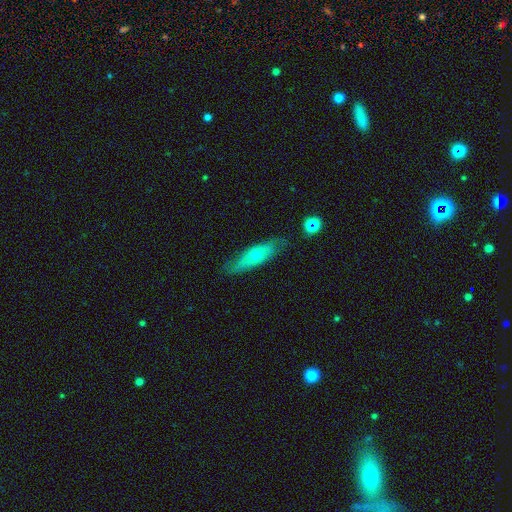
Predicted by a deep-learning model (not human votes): smooth_or_featured: smooth (p=0.50) [alt: featured or disk p=0.43]
merging: none (p=0.75) [alt: minor disturbance p=0.19]